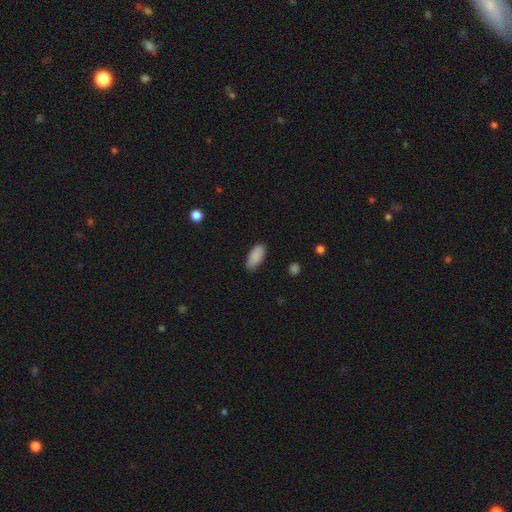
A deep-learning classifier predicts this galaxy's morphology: Overall: smooth (89%). How rounded: in between (88%). Merging: none (85%).